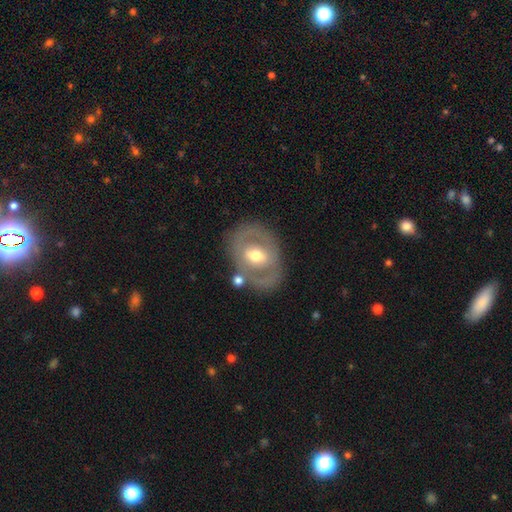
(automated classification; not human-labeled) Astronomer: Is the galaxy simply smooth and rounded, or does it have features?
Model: featured or disk — 64%.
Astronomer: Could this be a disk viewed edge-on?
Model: no — 94%.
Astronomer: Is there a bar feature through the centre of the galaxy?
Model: no — 41% (runner-up: weak, 39%).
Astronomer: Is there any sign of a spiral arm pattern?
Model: no — 66%.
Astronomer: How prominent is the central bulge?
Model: moderate — 72%.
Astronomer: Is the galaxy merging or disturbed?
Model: none — 71%.